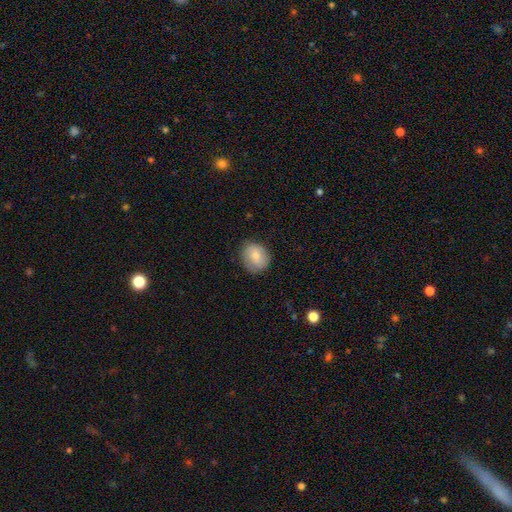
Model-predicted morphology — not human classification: A smooth galaxy with no disk features (77%) that is round (61%). Merging: none (78%).